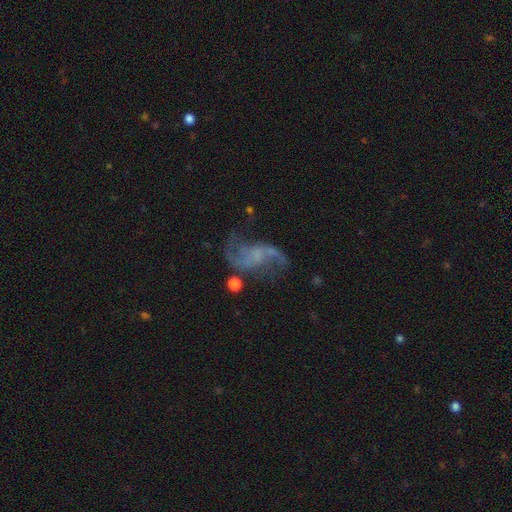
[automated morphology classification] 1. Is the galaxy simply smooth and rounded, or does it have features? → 80% featured or disk, 11% star or artifact, 9% smooth.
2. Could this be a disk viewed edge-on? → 97% no, 3% yes.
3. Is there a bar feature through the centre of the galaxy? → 55% no, 35% weak, 10% strong.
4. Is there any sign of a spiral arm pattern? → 90% yes, 10% no.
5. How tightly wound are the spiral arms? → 77% loose, 19% medium, 4% tight.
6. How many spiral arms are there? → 86% 2, 5% can't tell, 3% 1, 3% 3, 2% 4, 2% more than 4.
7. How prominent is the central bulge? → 57% none, 30% small, 9% moderate, 2% large, 1% dominant.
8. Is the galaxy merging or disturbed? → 56% none, 19% major disturbance, 18% minor disturbance, 7% merger.